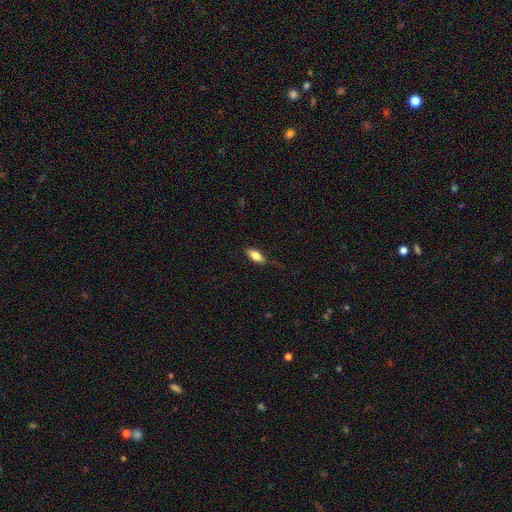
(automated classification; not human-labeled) Overall: smooth (72%). How rounded: in between (75%). Merging: none (71%).